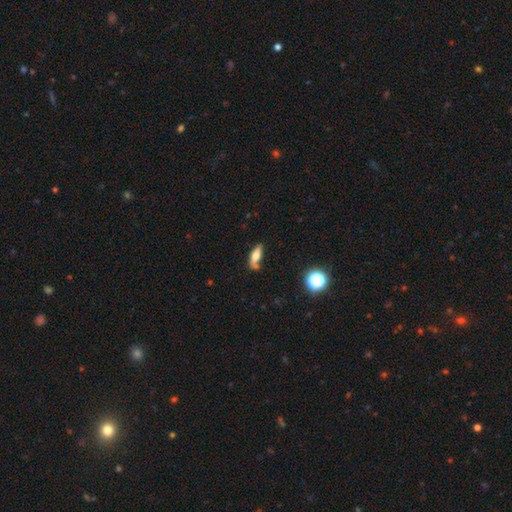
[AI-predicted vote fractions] A smooth galaxy with no disk features (63%) that is in between round and cigar-shaped (60%).

Vote fractions:
- Smooth or featured? smooth: 63% / featured or disk: 28% / star or artifact: 9%
- How rounded? in between: 60% / cigar-shaped: 36% / round: 4%
- Merging? none: 57% / minor disturbance: 24% / merger: 11% / major disturbance: 8%